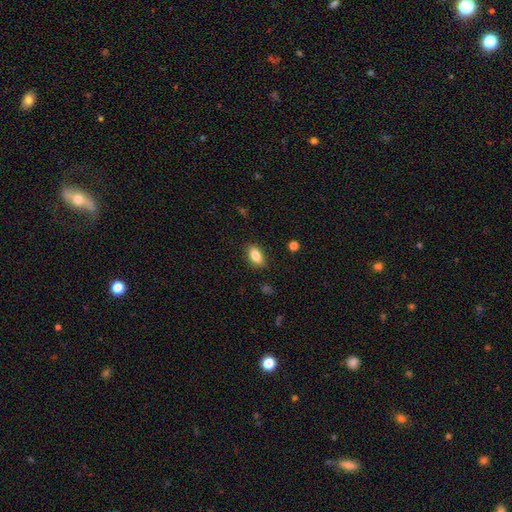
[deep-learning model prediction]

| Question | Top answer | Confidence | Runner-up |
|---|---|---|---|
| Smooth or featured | smooth | 83% | featured or disk (9%) |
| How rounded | in between | 88% | round (7%) |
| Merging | none | 86% | minor disturbance (11%) |